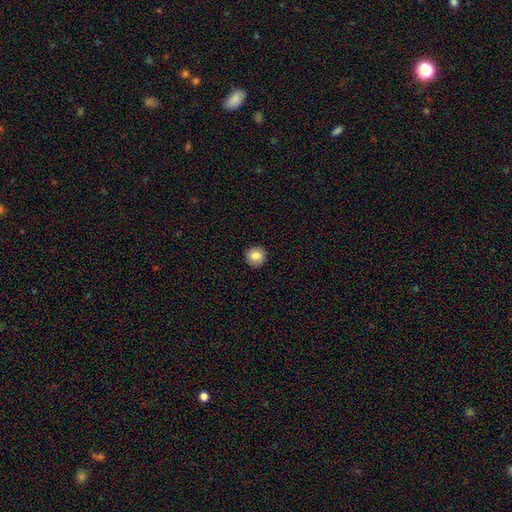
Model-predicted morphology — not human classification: Smooth or featured?
  - smooth: 84% *
  - star or artifact: 9%
  - featured or disk: 7%
How rounded?
  - round: 94% *
  - in between: 5%
  - cigar-shaped: 1%
Merging?
  - none: 91% *
  - minor disturbance: 6%
  - major disturbance: 2%
  - merger: 1%